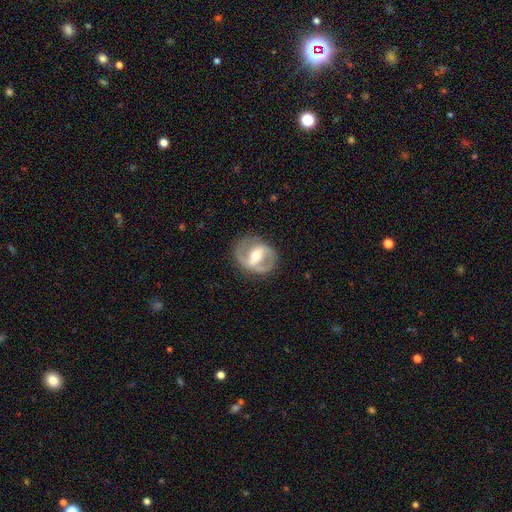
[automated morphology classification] The model was most divided on "bar": strong: 50%, weak: 34%, no: 15%. More confident: edge-on disk — no (96%); spiral arm count — 2 (85%); smooth or featured — featured or disk (79%); merging — none (78%); spiral arms — yes (76%); bulge size — moderate (63%); spiral winding — medium (50%).